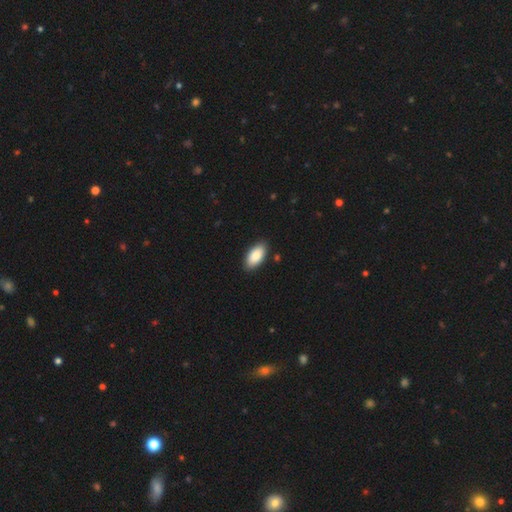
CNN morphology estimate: Overall: smooth (85%). How rounded: in between (94%). Merging: none (88%).